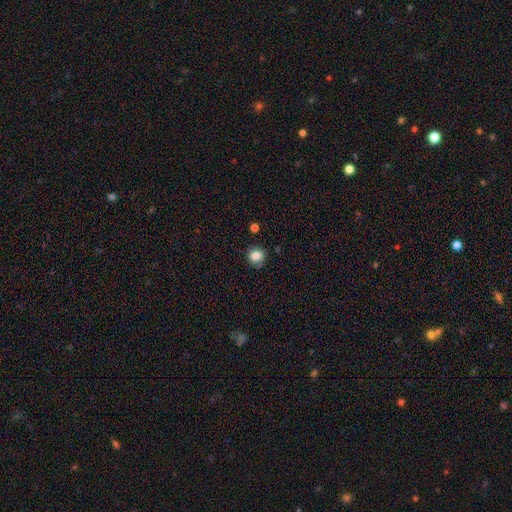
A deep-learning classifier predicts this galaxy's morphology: A smooth galaxy with no disk features (83%) that is round (77%). Merging: none (77%).